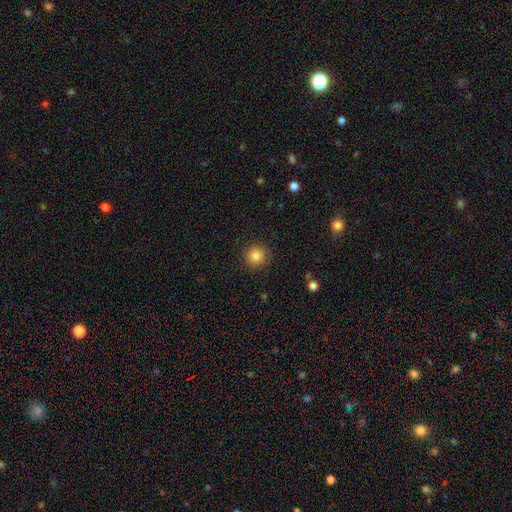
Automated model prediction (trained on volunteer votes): Smooth or featured: smooth — 84% (star or artifact — 11%)
How rounded: round — 94% (in between — 5%)
Merging: none — 90% (minor disturbance — 6%)